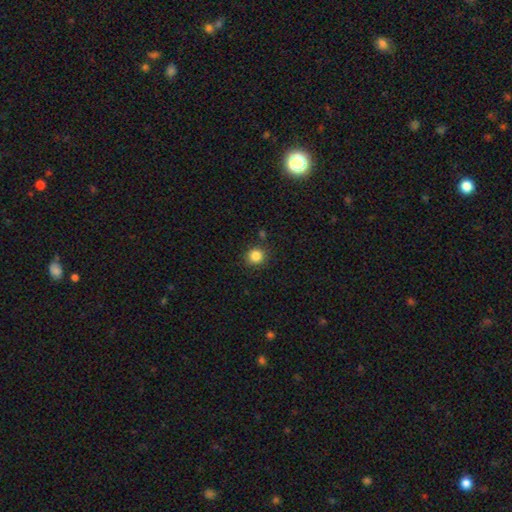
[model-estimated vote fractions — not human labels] This is clearly a smooth galaxy (85%). How rounded: clearly round (90%). Merging: clearly none (87%).